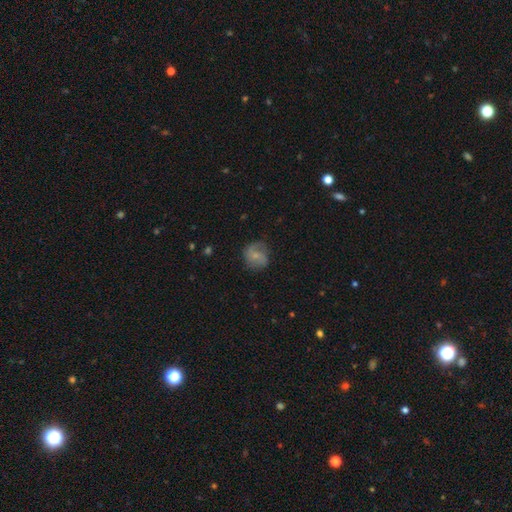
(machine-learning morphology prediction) A smooth galaxy with no disk features (48%).

Vote fractions:
- Smooth or featured? smooth: 48% / featured or disk: 43% / star or artifact: 8%
- Merging? none: 69% / minor disturbance: 21% / major disturbance: 9% / merger: 1%